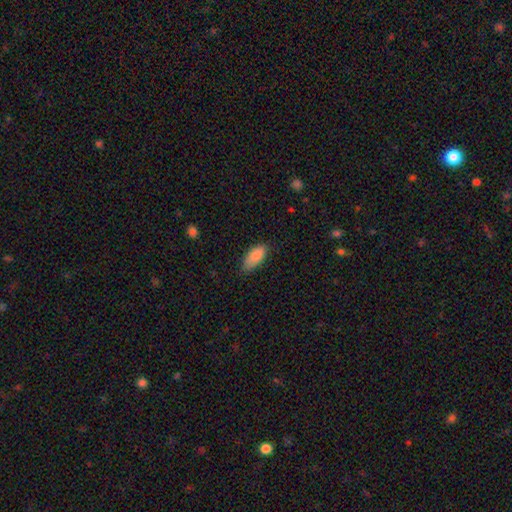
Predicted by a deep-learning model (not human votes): The model was most divided on "merging": none: 73%, minor disturbance: 22%, major disturbance: 4%, merger: 1%. More confident: how rounded — in between (87%); smooth or featured — smooth (87%).